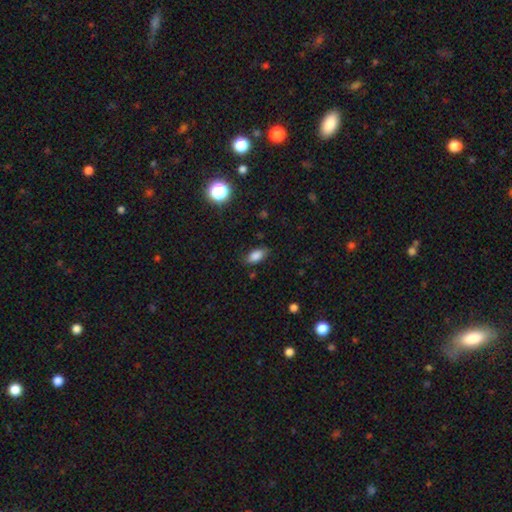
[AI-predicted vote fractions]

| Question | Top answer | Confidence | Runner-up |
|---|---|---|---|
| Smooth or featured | smooth | 84% | star or artifact (10%) |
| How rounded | in between | 89% | round (6%) |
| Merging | none | 80% | minor disturbance (16%) |